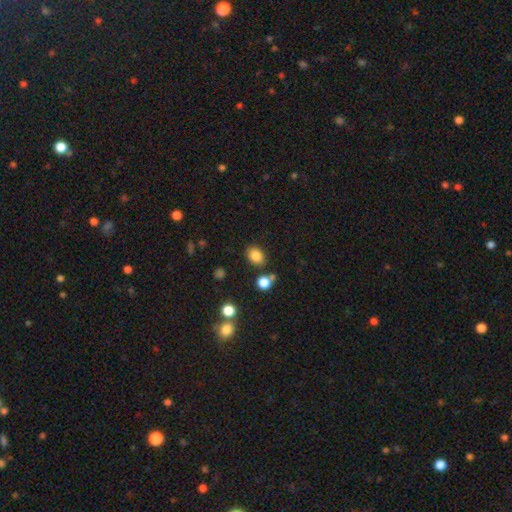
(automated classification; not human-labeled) Morphology: type=smooth (84%); roundness=in between (60%); merging=none (80%).